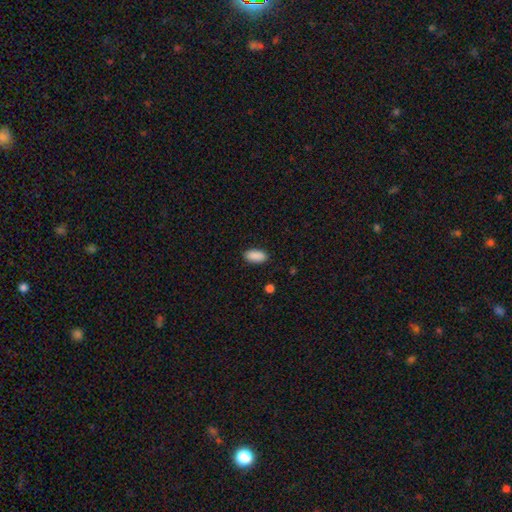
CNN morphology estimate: smooth_or_featured: smooth (p=0.90) [alt: star or artifact p=0.07]
how_rounded: in between (p=0.90) [alt: cigar-shaped p=0.08]
merging: none (p=0.88) [alt: minor disturbance p=0.08]